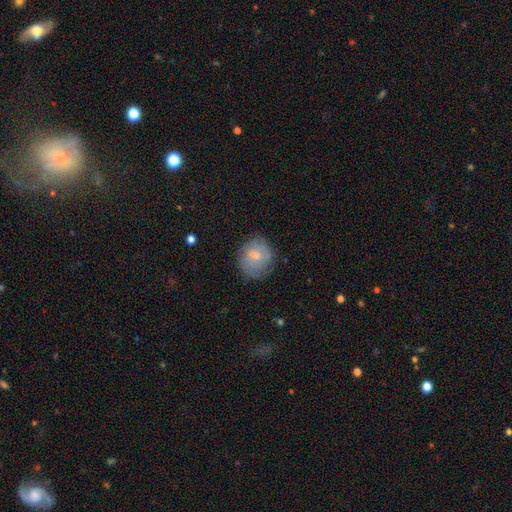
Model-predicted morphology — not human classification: Smooth or featured: smooth — 65% (featured or disk — 28%)
How rounded: round — 77% (in between — 22%)
Merging: none — 73% (minor disturbance — 19%)